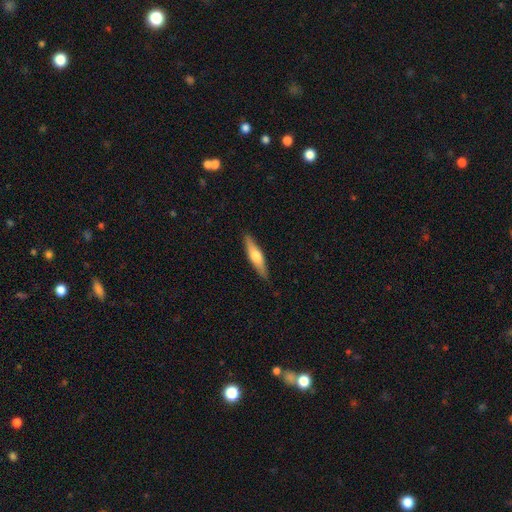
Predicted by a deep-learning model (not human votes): Smooth or featured?
  - smooth: 53% *
  - featured or disk: 42%
  - star or artifact: 5%
How rounded?
  - cigar-shaped: 76% *
  - in between: 22%
  - round: 2%
Merging?
  - none: 87% *
  - minor disturbance: 10%
  - major disturbance: 2%
  - merger: 1%